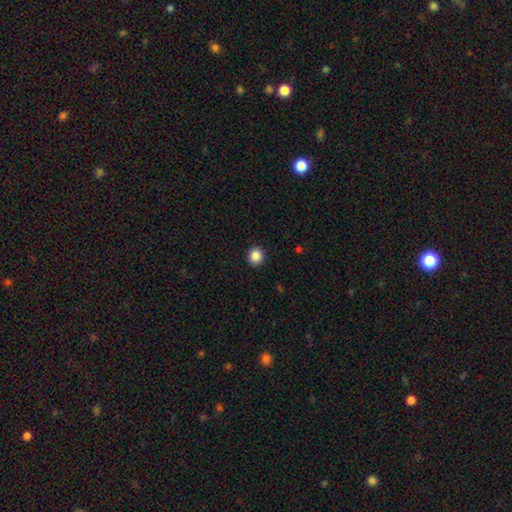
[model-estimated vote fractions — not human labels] This appears to be a smooth galaxy with no disk features (87%) that is round (87%). Merging: none (92%).